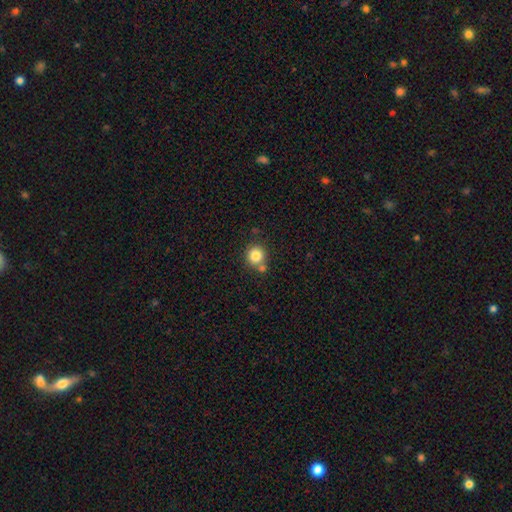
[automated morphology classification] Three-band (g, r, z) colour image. It shows a smooth galaxy with no disk features (83%) that is round (91%). Merging: none (66%).